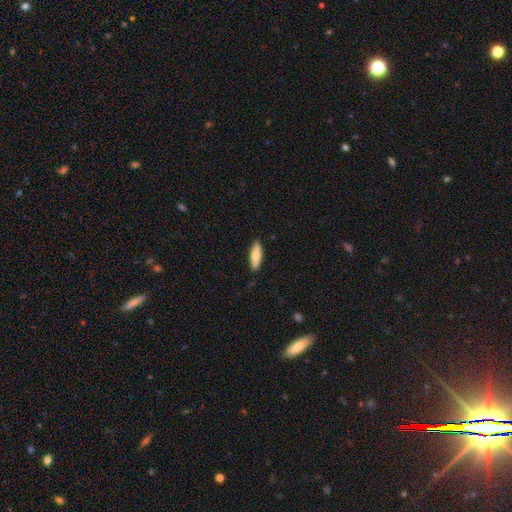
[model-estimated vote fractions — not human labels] Q: Smooth or featured?
A: smooth (73%); runner-up: featured or disk (21%)
Q: How rounded?
A: in between (51%); runner-up: cigar-shaped (47%)
Q: Merging?
A: none (88%); runner-up: minor disturbance (10%)